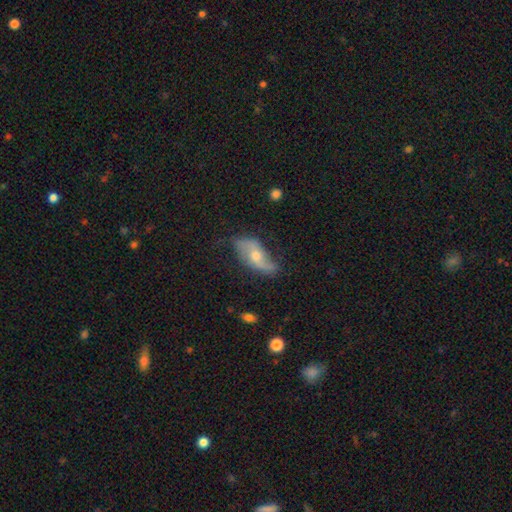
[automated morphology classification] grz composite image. It shows a featured or disk galaxy (73%) with no bar (61%), 2 (89%) loose (79%) spiral arms (88%) and a moderate central bulge (57%). Merging: none (66%).